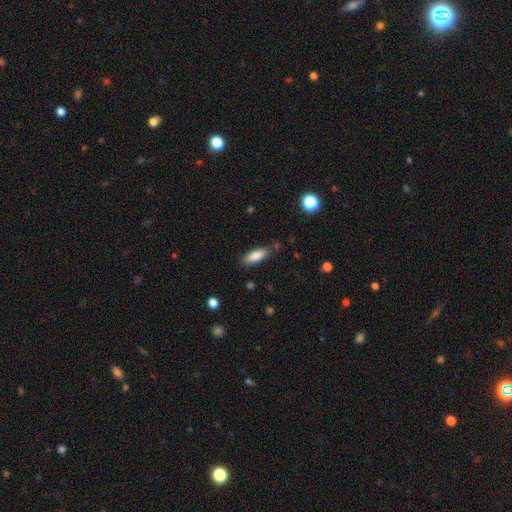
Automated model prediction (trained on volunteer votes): The model was most divided on "how rounded": in between: 67%, cigar-shaped: 31%, round: 2%. More confident: smooth or featured — smooth (85%); merging — none (75%).